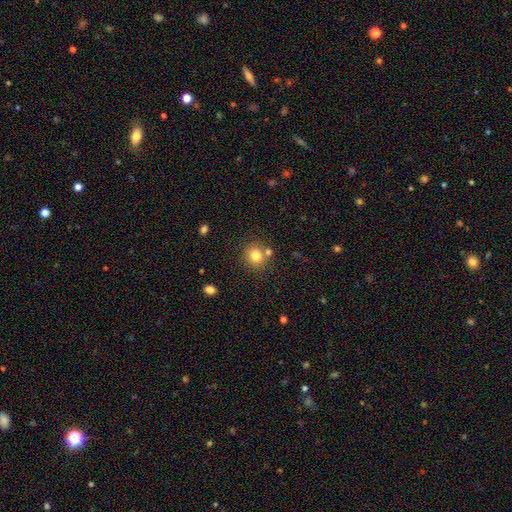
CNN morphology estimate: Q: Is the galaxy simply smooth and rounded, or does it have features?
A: smooth — 80%.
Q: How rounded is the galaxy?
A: round — 84%.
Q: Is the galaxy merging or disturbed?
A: none — 72%.